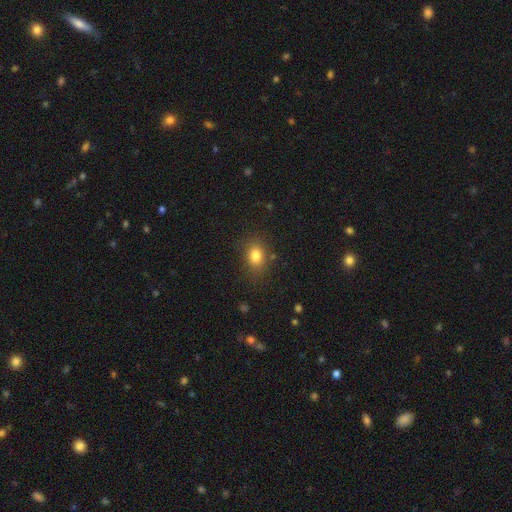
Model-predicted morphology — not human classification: This is clearly a smooth galaxy (81%). How rounded: likely in between (66%). Merging: likely none (80%).